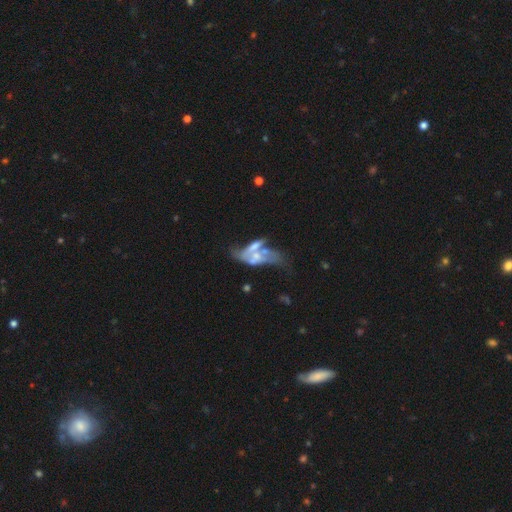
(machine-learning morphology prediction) featured or disk 59%, smooth 32%, star or artifact 9%. Down the decision tree: edge-on disk — no (85%); merging — merger (59%).